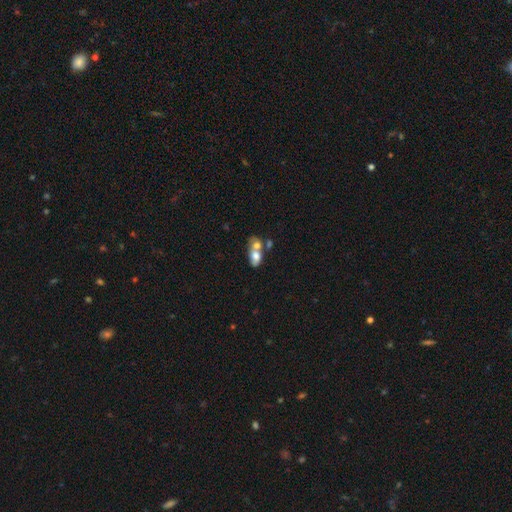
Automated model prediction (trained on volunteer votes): Smooth or featured? Predicted: smooth (p=0.66). How rounded? Predicted: in between (p=0.79). Merging? Predicted: merger (p=0.64).